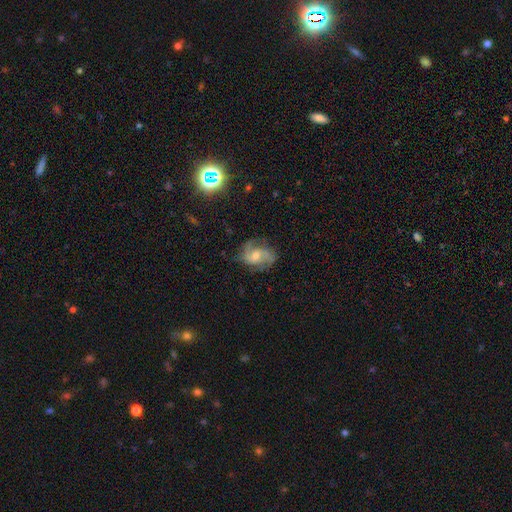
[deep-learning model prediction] smooth-or-featured: featured or disk: 76% | smooth: 17% | star or artifact: 7%
  disk-edge-on: no: 97% | yes: 3%
    bar: no: 52% | weak: 40% | strong: 8%
    has-spiral-arms: yes: 93% | no: 7%
      spiral-winding: medium: 50% | loose: 30% | tight: 20%
      spiral-arm-count: 2: 77% | can't tell: 9% | 3: 7% | 1: 3% | 4: 2% | more than 4: 2%
    bulge-size: moderate: 50% | small: 42% | none: 4% | large: 3% | dominant: 1%
  merging: none: 65% | minor disturbance: 22% | major disturbance: 11% | merger: 1%